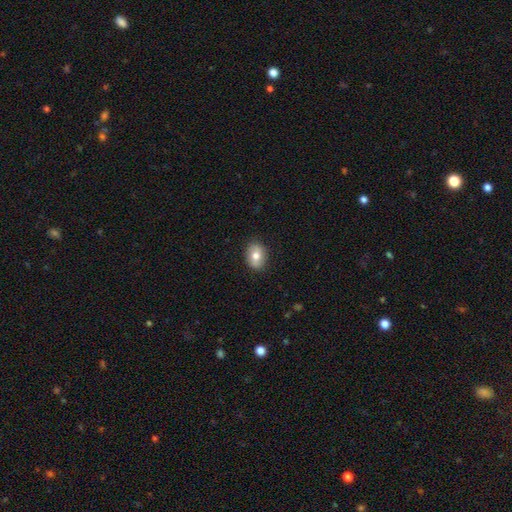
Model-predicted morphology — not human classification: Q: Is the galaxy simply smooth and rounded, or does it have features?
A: smooth — 71%.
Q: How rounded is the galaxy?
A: in between — 64%.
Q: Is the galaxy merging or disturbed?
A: none — 87%.